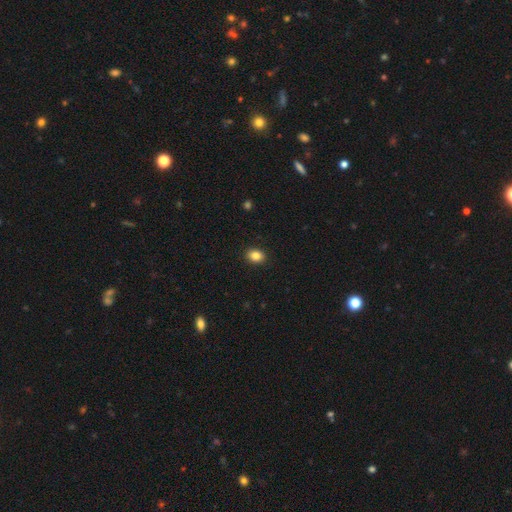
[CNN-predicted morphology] A smooth galaxy with no disk features (86%) that is in between round and cigar-shaped (59%).

Vote fractions:
- Smooth or featured? smooth: 86% / star or artifact: 10% / featured or disk: 5%
- How rounded? in between: 59% / round: 40% / cigar-shaped: 1%
- Merging? none: 91% / minor disturbance: 6% / major disturbance: 2% / merger: 1%